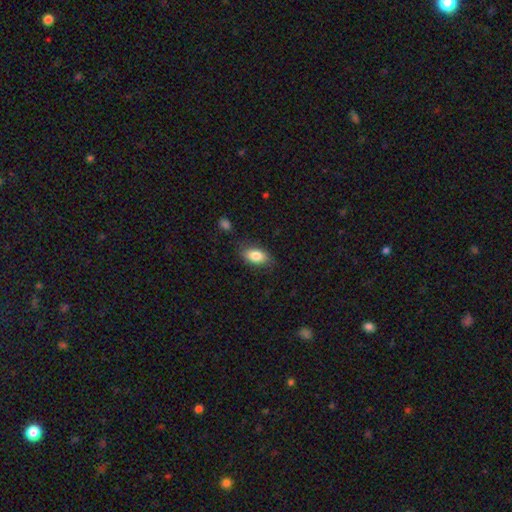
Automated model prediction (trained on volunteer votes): Overall: smooth (83%). How rounded: in between (90%). Merging: none (78%).